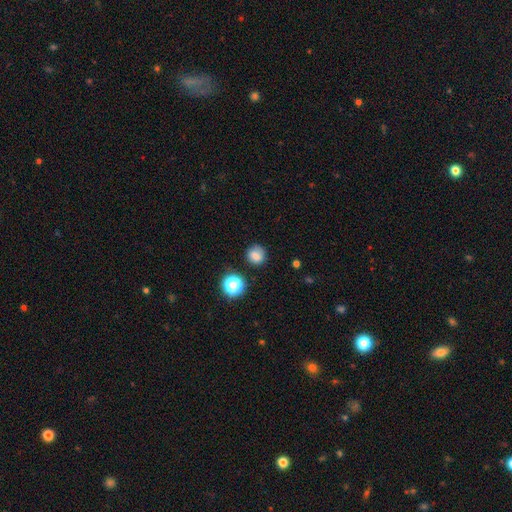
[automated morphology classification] Smooth or featured? smooth (76%)
How rounded? round (84%)
Merging? none (78%)